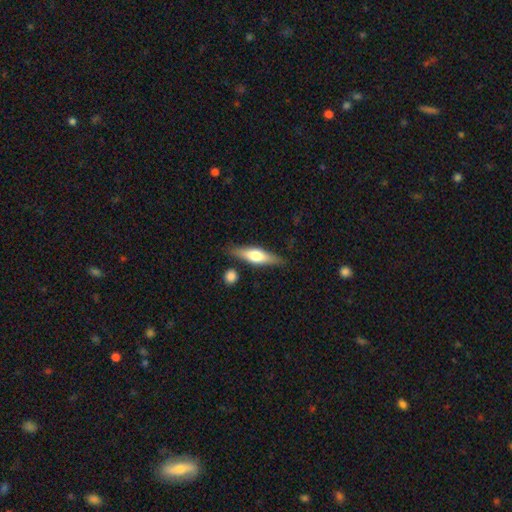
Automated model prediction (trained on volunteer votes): Q: Smooth or featured?
A: featured or disk (49%); runner-up: smooth (45%)
Q: Merging?
A: none (80%); runner-up: minor disturbance (12%)